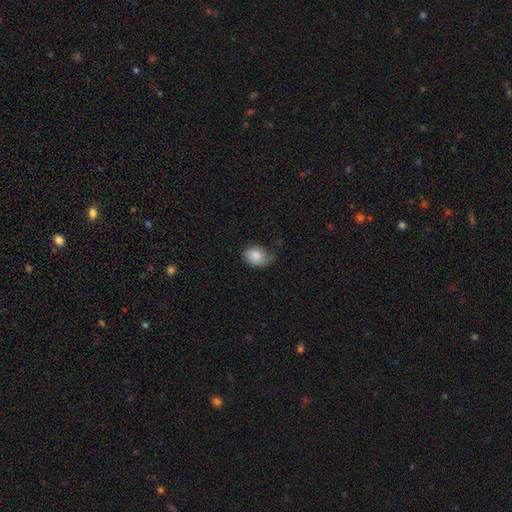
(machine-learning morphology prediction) Smooth or featured?
  - smooth: 79% *
  - featured or disk: 13%
  - star or artifact: 7%
How rounded?
  - in between: 63% *
  - round: 36%
  - cigar-shaped: 1%
Merging?
  - none: 42% *
  - minor disturbance: 39%
  - major disturbance: 17%
  - merger: 2%